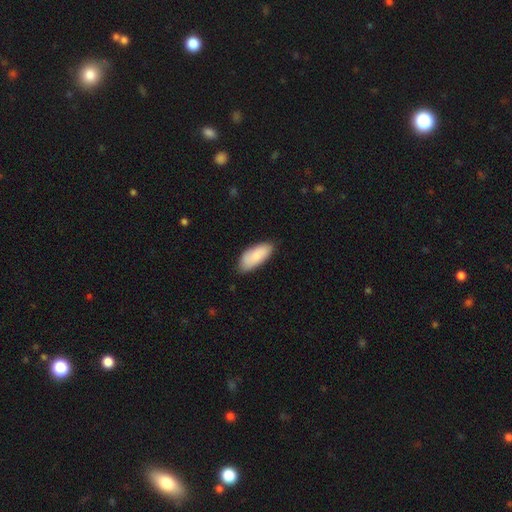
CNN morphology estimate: smooth-or-featured: smooth: 85% | featured or disk: 9% | star or artifact: 5%
  how-rounded: in between: 87% | cigar-shaped: 12% | round: 2%
  merging: none: 78% | minor disturbance: 19% | major disturbance: 3% | merger: 1%